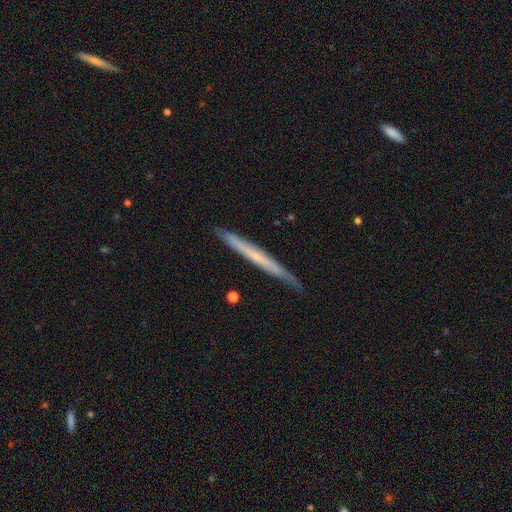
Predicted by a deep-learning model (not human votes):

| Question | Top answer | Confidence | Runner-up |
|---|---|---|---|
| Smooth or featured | featured or disk | 53% | smooth (41%) |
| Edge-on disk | yes | 95% | no (5%) |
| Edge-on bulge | none | 83% | rounded (13%) |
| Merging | none | 84% | minor disturbance (13%) |